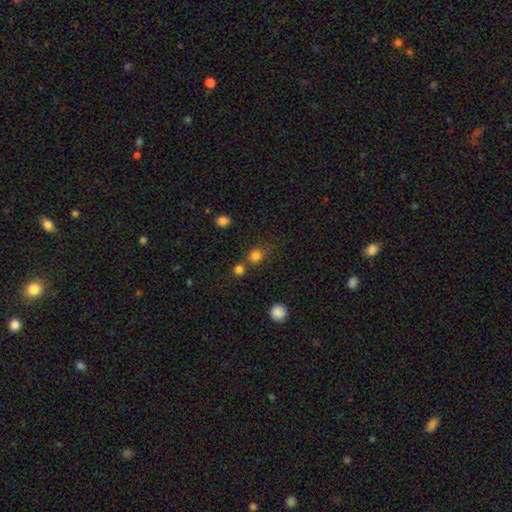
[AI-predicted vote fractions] smooth 79%, star or artifact 15%, featured or disk 6%. Down the decision tree: how rounded — round (82%); merging — none (59%).